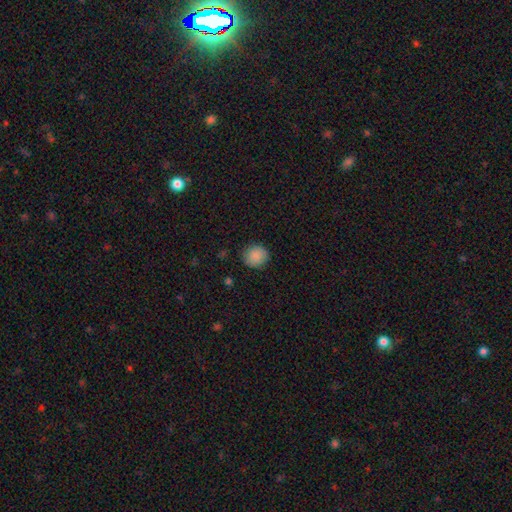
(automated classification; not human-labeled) Smooth or featured? smooth (88%)
How rounded? round (88%)
Merging? none (89%)